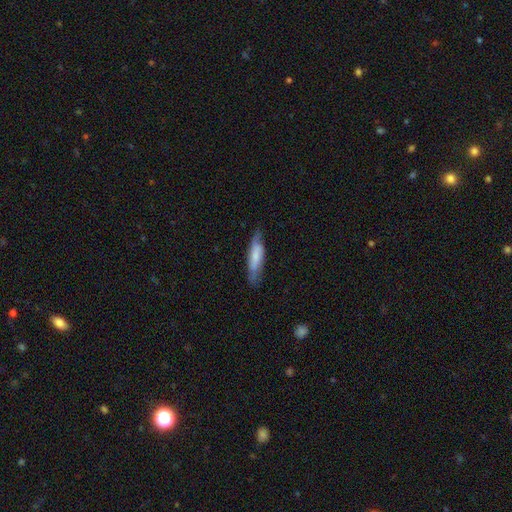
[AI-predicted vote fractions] smooth-or-featured: smooth: 60% | featured or disk: 34% | star or artifact: 6%
  how-rounded: cigar-shaped: 68% | in between: 30% | round: 2%
  merging: none: 71% | minor disturbance: 22% | major disturbance: 5% | merger: 1%